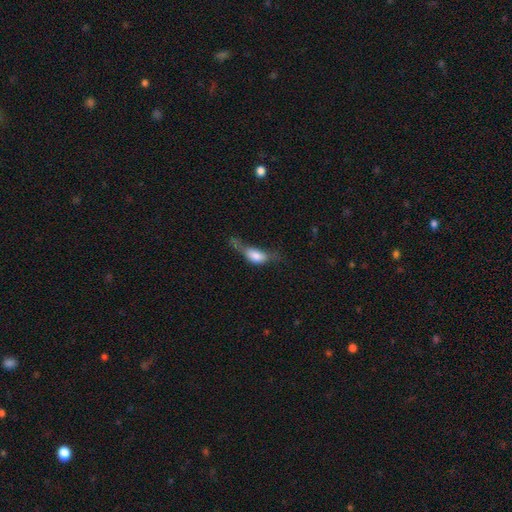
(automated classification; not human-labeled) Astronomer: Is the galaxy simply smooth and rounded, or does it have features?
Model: smooth — 65%.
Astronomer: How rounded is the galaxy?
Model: in between — 77%.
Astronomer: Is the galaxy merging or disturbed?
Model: major disturbance — 47% (runner-up: minor disturbance, 22%).